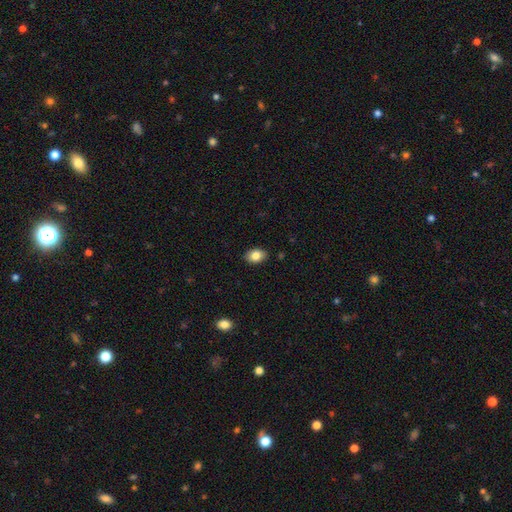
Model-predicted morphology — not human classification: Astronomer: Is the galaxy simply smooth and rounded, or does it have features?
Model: smooth — 84%.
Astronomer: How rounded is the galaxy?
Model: in between — 82%.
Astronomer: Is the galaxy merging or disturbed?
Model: none — 88%.